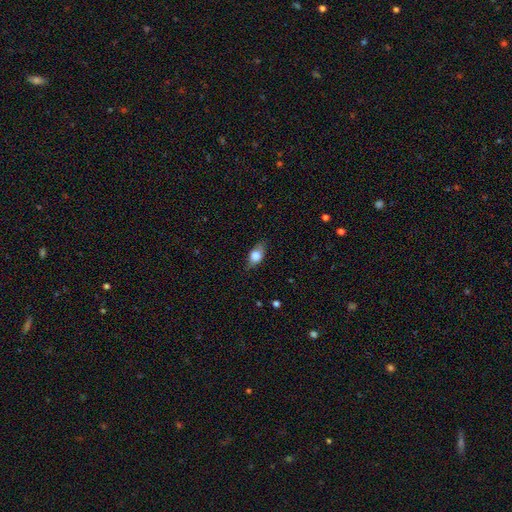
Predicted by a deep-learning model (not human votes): smooth 66%, featured or disk 26%, star or artifact 8%. Down the decision tree: how rounded — in between (77%); merging — none (75%).